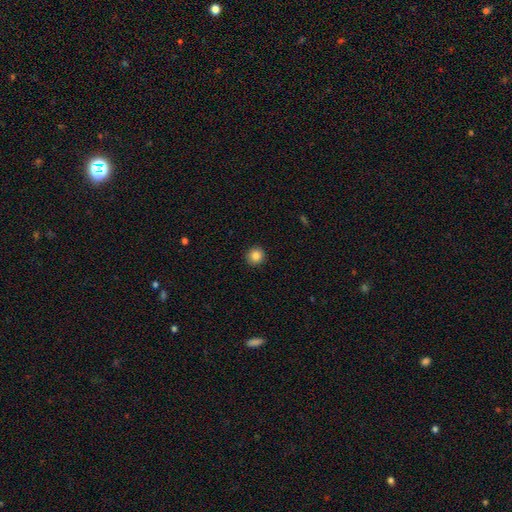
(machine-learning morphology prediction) Smooth or featured?
  - smooth: 86% *
  - star or artifact: 10%
  - featured or disk: 4%
How rounded?
  - round: 94% *
  - in between: 5%
  - cigar-shaped: 1%
Merging?
  - none: 93% *
  - minor disturbance: 5%
  - major disturbance: 2%
  - merger: 1%